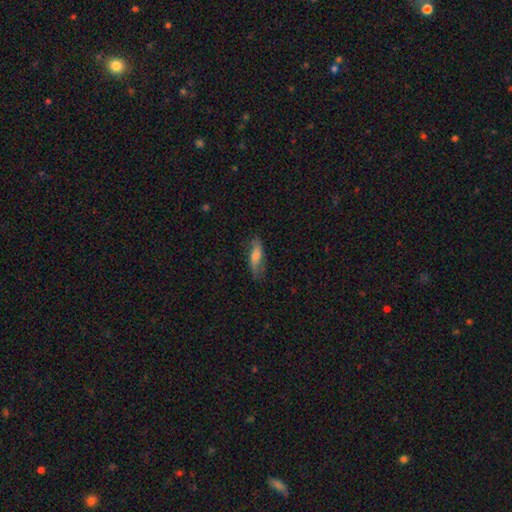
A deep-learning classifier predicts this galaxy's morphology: Smooth or featured? Predicted: smooth (p=0.58). How rounded? Predicted: in between (p=0.53). Merging? Predicted: none (p=0.73).